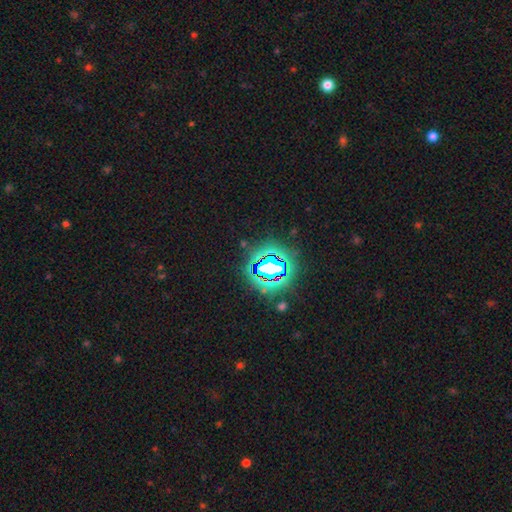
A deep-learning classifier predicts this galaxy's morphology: Smooth or featured? star or artifact (83%)